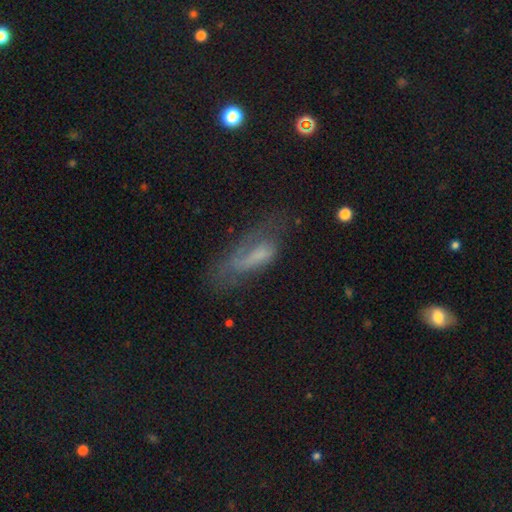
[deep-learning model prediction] smooth_or_featured: smooth (p=0.45) [alt: featured or disk p=0.43]
merging: none (p=0.37) [alt: major disturbance p=0.34]